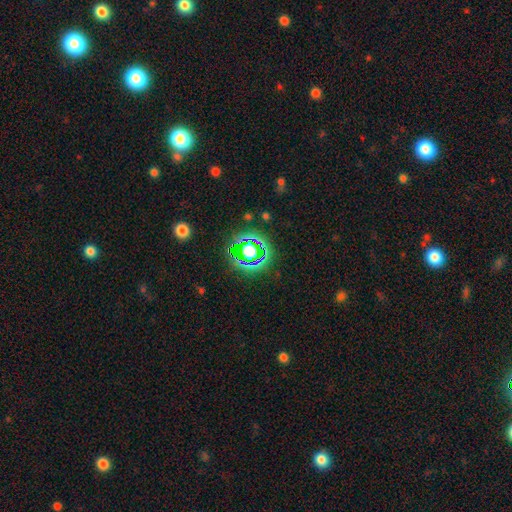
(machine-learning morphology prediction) Smooth or featured? Predicted: star or artifact (p=0.76).